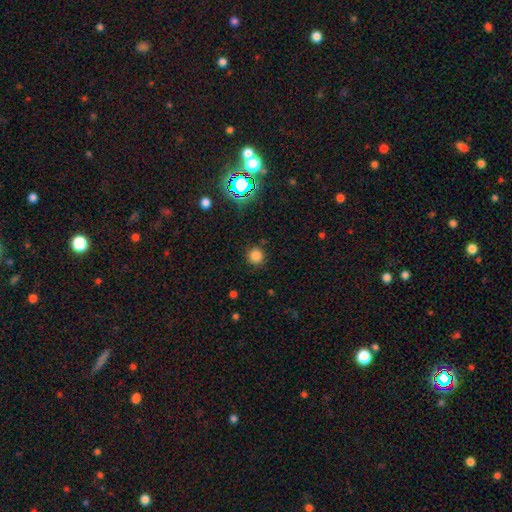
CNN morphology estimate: Smooth or featured: smooth — 79% (star or artifact — 17%)
How rounded: round — 95% (in between — 4%)
Merging: none — 88% (minor disturbance — 7%)